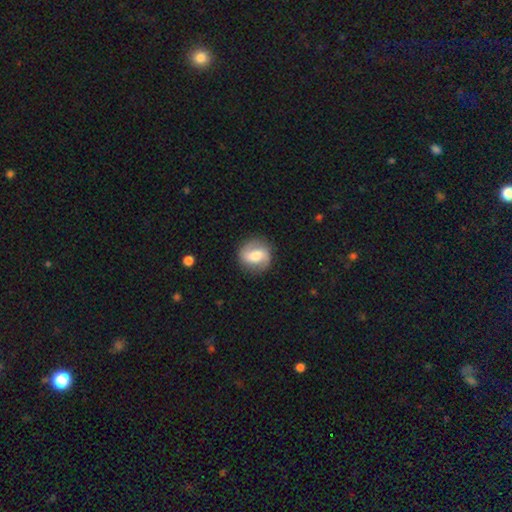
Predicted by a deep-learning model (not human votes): A featured or disk galaxy (60%) with a weak bar (44%), spiral arms (84%) and a moderate central bulge (64%).

Vote fractions:
- Smooth or featured? featured or disk: 60% / smooth: 33% / star or artifact: 7%
- Edge-on disk? no: 96% / yes: 4%
- Bar? weak: 44% / strong: 29% / no: 27%
- Spiral arms? yes: 84% / no: 16%
- Bulge size? moderate: 64% / small: 19% / large: 13% / none: 2% / dominant: 2%
- Merging? none: 86% / minor disturbance: 10% / major disturbance: 3% / merger: 1%